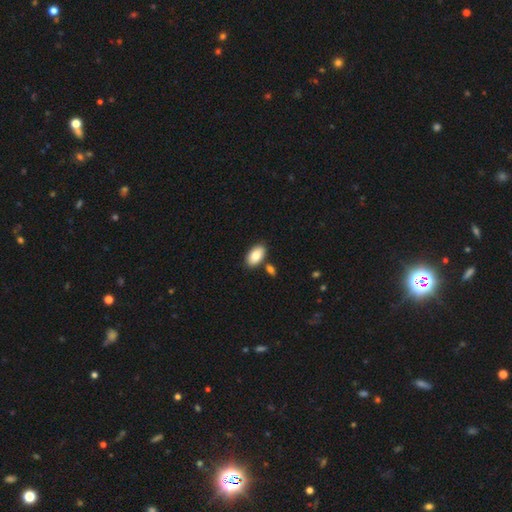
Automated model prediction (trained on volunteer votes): Overall: smooth (86%). How rounded: in between (94%). Merging: none (79%).